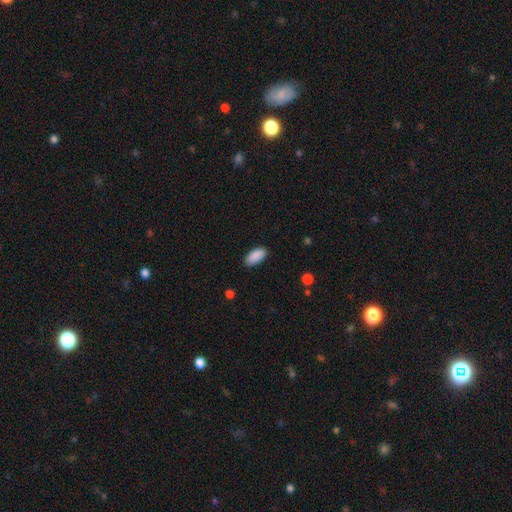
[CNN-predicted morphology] Q: Smooth or featured?
A: smooth (90%); runner-up: star or artifact (7%)
Q: How rounded?
A: in between (92%); runner-up: cigar-shaped (6%)
Q: Merging?
A: none (87%); runner-up: minor disturbance (10%)